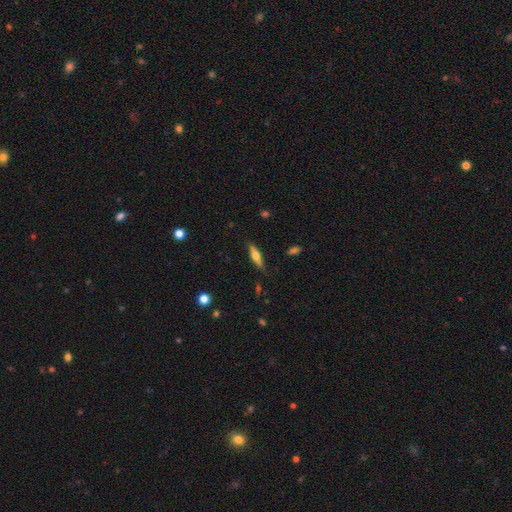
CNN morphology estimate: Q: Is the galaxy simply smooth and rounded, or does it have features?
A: featured or disk — 55%.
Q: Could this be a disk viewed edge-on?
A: yes — 93%.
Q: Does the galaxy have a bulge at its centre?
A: rounded — 91%.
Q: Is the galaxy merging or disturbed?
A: none — 84%.